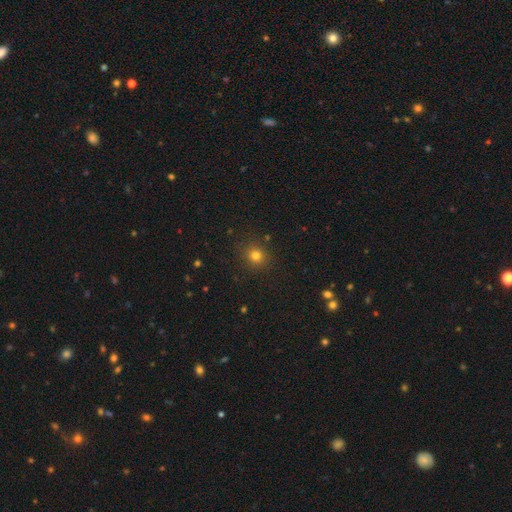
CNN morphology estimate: A smooth galaxy with no disk features (78%) that is round (85%). Merging: none (88%).